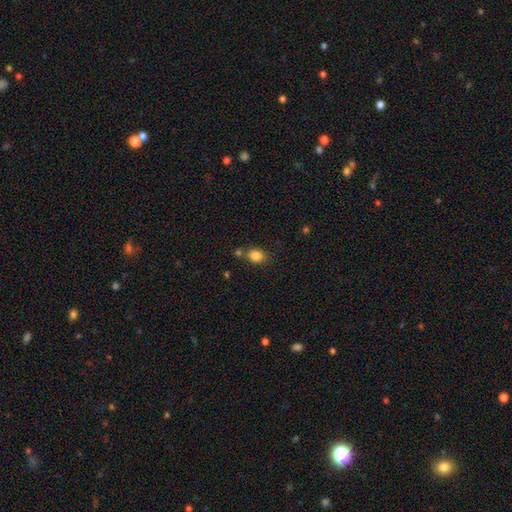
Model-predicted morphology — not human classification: A smooth galaxy with no disk features (85%) that is in between round and cigar-shaped (61%).

Vote fractions:
- Smooth or featured? smooth: 85% / star or artifact: 10% / featured or disk: 6%
- How rounded? in between: 61% / round: 38% / cigar-shaped: 1%
- Merging? none: 65% / merger: 17% / minor disturbance: 14% / major disturbance: 4%